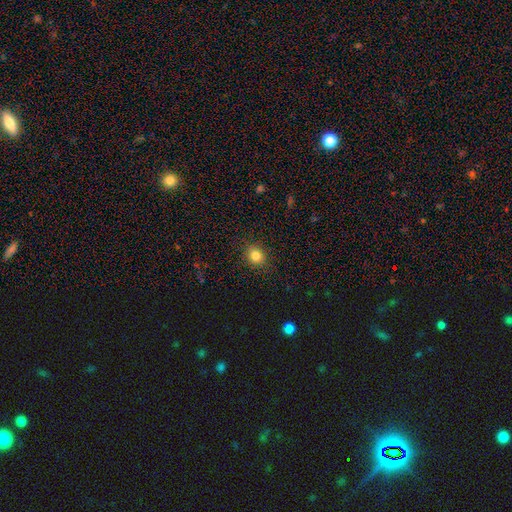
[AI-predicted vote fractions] The model was most divided on "how rounded": round: 72%, in between: 27%, cigar-shaped: 1%. More confident: merging — none (89%); smooth or featured — smooth (82%).